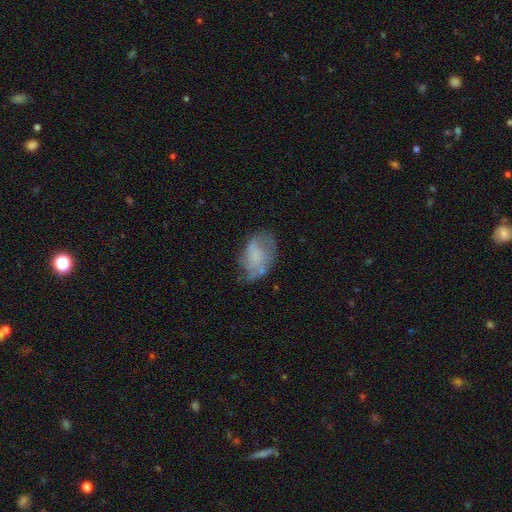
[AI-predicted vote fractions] smooth 51%, featured or disk 40%, star or artifact 9%. Down the decision tree: how rounded — in between (86%); merging — none (46%).